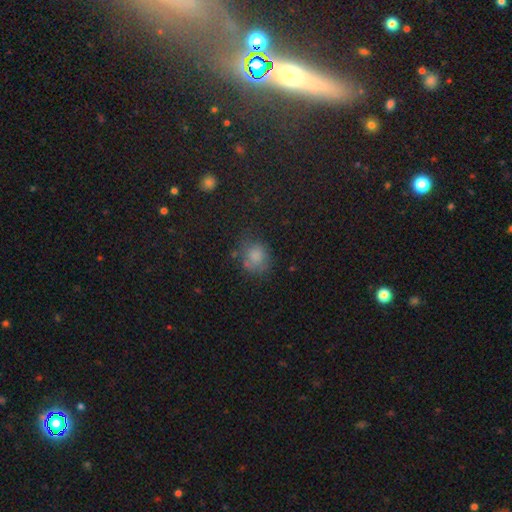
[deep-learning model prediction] A smooth galaxy with no disk features (74%) that is round (65%). Merging: none (58%).